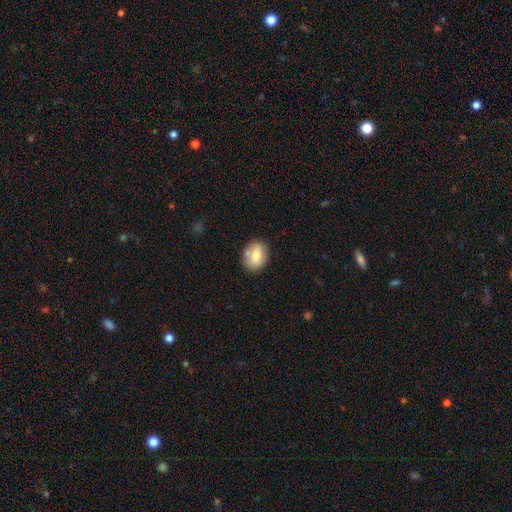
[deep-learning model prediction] Smooth or featured: smooth — 75% (featured or disk — 17%)
How rounded: in between — 56% (round — 42%)
Merging: none — 72% (minor disturbance — 16%)